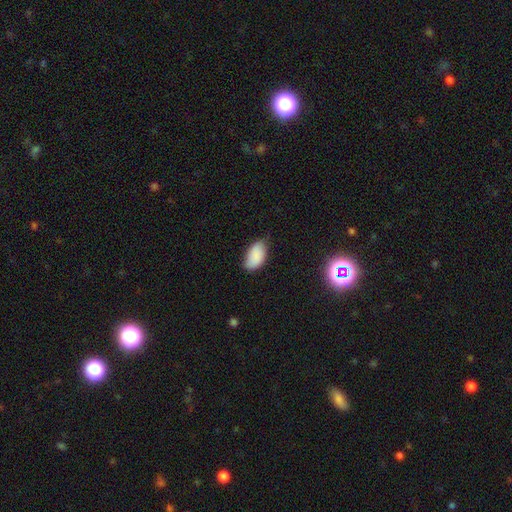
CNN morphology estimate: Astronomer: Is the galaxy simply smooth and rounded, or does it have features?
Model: smooth — 83%.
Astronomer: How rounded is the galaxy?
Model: in between — 94%.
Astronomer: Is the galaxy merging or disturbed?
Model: none — 58% (runner-up: minor disturbance, 34%).